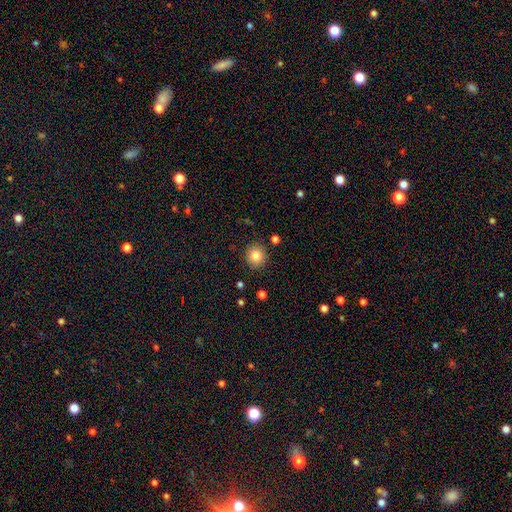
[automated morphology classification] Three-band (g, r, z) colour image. It shows a smooth galaxy with no disk features (84%) that is round (88%). Merging: none (88%).